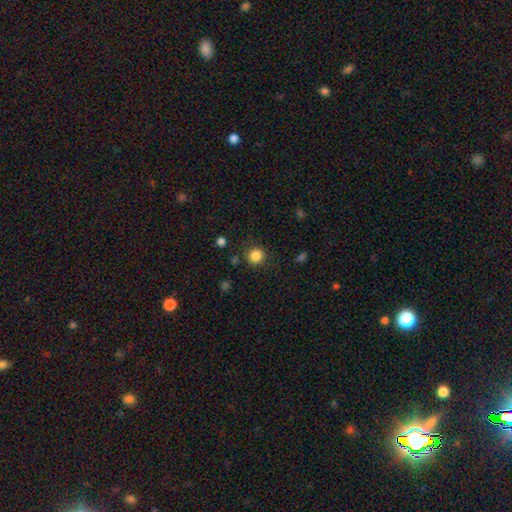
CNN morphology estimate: Smooth or featured? smooth (85%)
How rounded? round (91%)
Merging? none (87%)